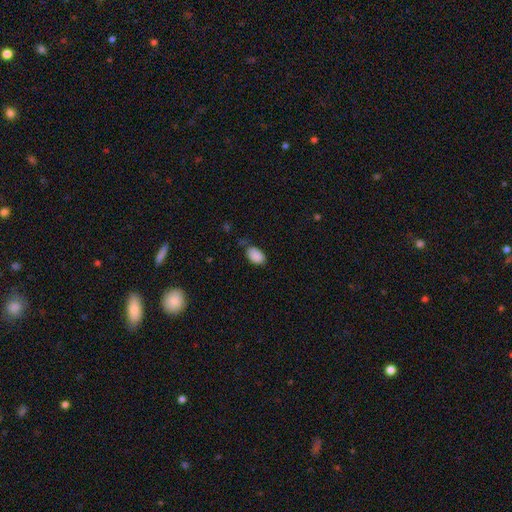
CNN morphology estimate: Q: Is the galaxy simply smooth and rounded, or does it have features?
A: smooth — 89%.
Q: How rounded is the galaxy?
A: in between — 91%.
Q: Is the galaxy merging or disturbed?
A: none — 70%.